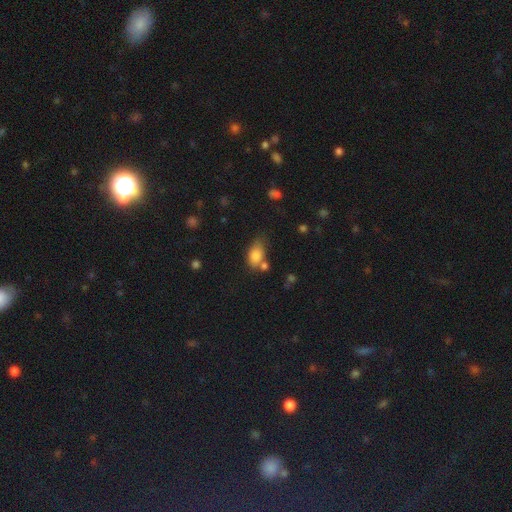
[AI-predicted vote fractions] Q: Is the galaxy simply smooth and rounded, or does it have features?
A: smooth — 83%.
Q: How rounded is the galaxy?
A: in between — 85%.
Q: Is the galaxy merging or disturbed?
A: none — 45%.